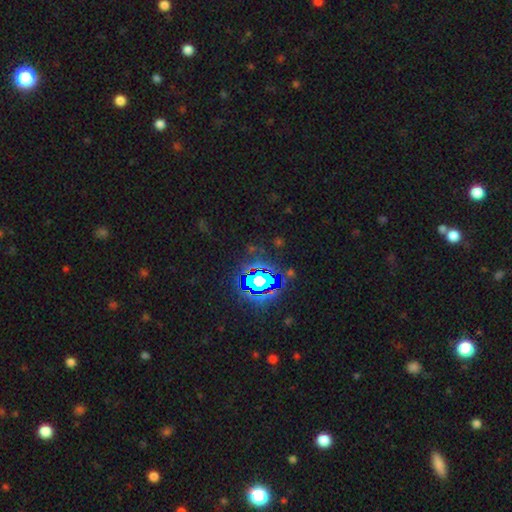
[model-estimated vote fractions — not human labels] Smooth or featured? star or artifact (78%)